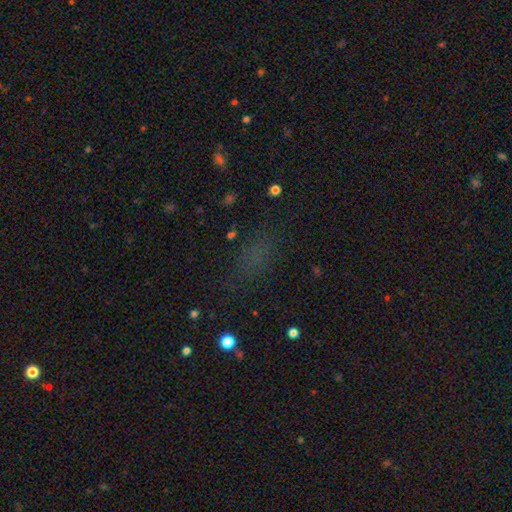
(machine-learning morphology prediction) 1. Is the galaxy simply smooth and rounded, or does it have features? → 52% smooth, 38% star or artifact, 10% featured or disk.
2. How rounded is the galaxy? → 74% in between, 16% round, 10% cigar-shaped.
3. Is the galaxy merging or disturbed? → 69% none, 16% minor disturbance, 11% major disturbance, 3% merger.